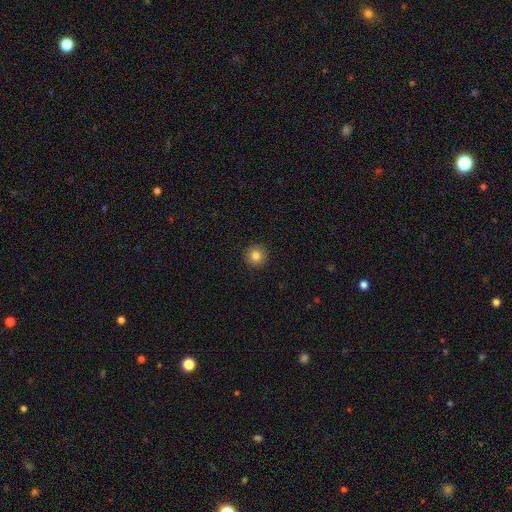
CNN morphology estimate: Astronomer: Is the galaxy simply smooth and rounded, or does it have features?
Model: smooth — 82%.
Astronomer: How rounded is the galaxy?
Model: round — 96%.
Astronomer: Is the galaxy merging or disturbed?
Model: none — 92%.